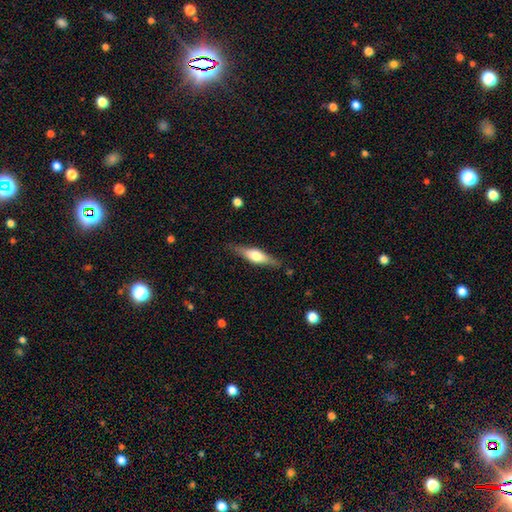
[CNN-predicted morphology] Smooth or featured?
  - featured or disk: 52% *
  - smooth: 42%
  - star or artifact: 6%
Edge-on disk?
  - yes: 92% *
  - no: 8%
Merging?
  - none: 83% *
  - minor disturbance: 13%
  - major disturbance: 3%
  - merger: 1%